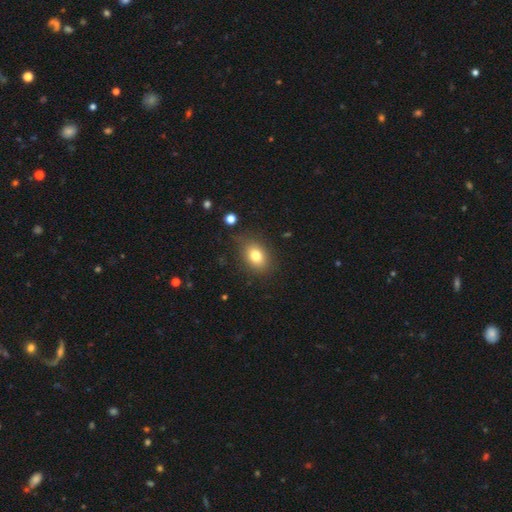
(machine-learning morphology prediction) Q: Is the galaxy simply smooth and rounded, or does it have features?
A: smooth — 79%.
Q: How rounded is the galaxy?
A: in between — 66%.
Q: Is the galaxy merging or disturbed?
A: none — 80%.